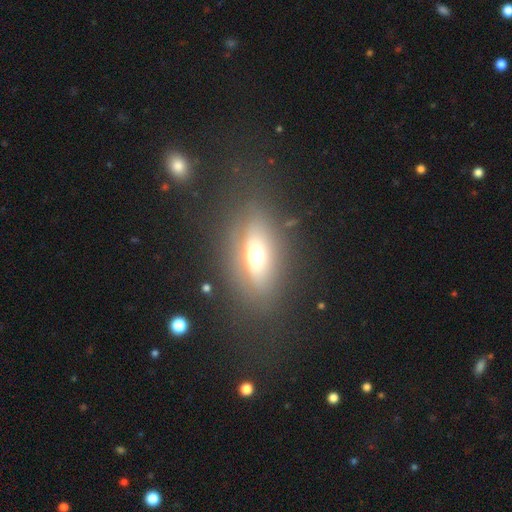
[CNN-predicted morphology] Smooth or featured: smooth — 49% (featured or disk — 39%)
Merging: none — 74% (minor disturbance — 14%)